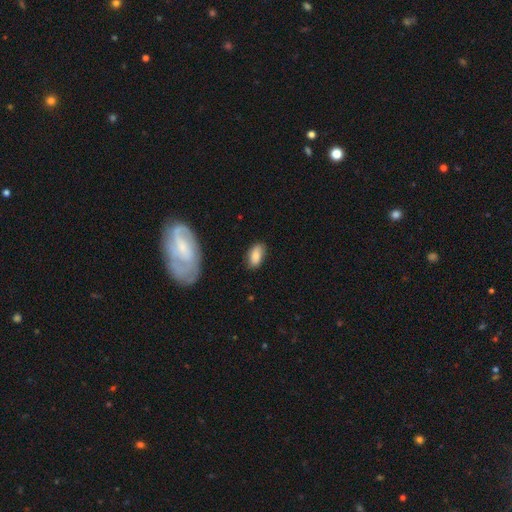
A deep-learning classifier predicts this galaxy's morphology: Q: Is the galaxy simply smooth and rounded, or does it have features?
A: smooth — 80%.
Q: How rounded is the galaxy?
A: in between — 92%.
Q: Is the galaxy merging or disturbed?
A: none — 80%.